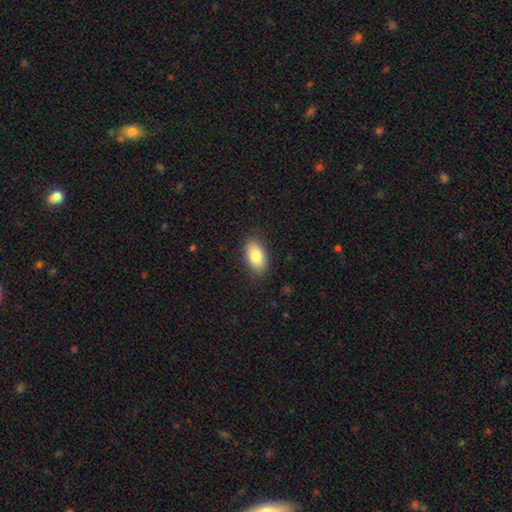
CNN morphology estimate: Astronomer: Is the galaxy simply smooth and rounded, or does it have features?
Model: smooth — 82%.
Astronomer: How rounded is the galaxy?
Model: in between — 93%.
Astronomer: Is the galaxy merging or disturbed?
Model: none — 87%.